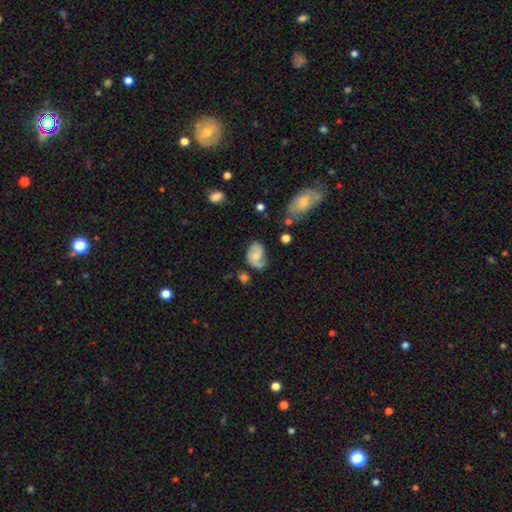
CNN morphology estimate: type=featured or disk (54%); edge-on=no (97%); bar=no (65%); spiral arms=yes (86%); bulge=small (38%); merging=none (48%).